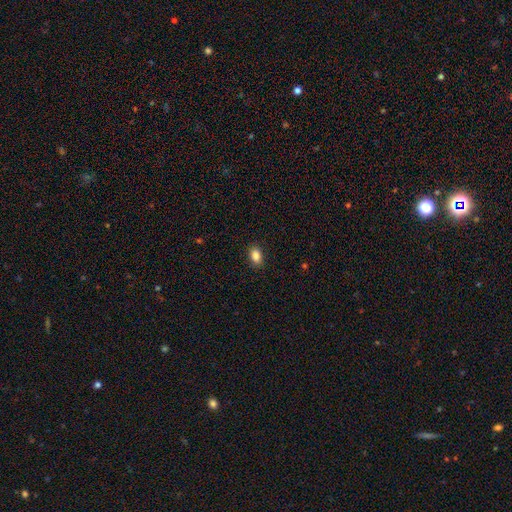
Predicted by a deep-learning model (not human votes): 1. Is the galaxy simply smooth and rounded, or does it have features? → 87% smooth, 9% star or artifact, 4% featured or disk.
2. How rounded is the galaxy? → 86% in between, 13% round, 2% cigar-shaped.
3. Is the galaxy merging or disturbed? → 89% none, 8% minor disturbance, 2% major disturbance, 1% merger.